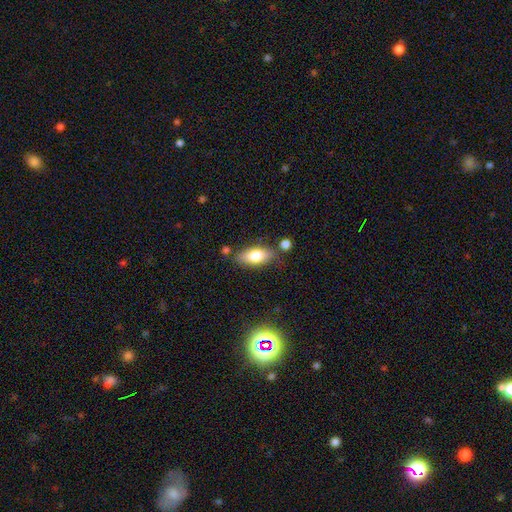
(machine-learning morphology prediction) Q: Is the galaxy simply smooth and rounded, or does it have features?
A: smooth — 76%.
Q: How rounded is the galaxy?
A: in between — 84%.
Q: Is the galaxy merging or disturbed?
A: none — 75%.